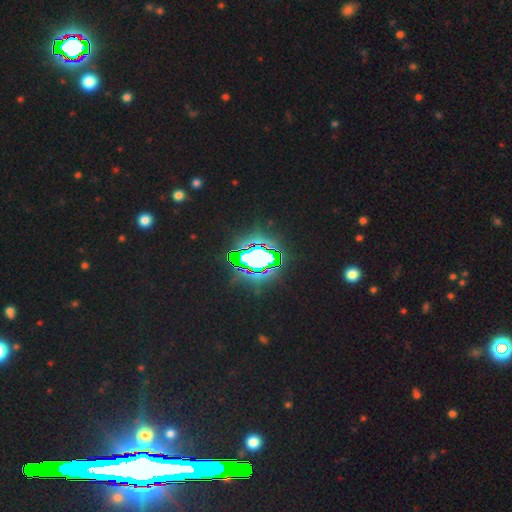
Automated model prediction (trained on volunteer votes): star or artifact 73%, smooth 15%, featured or disk 12%.